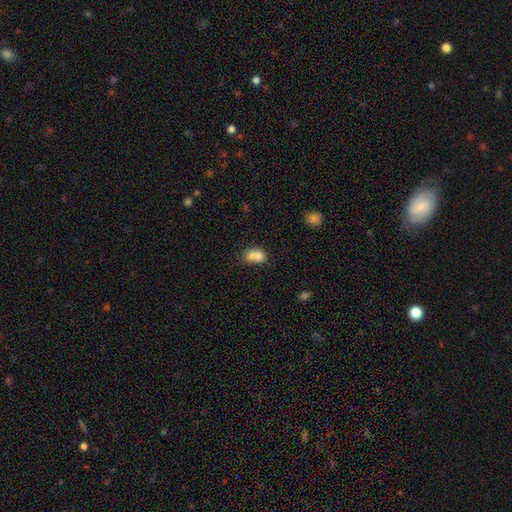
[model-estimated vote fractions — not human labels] smooth-or-featured: smooth: 72% | featured or disk: 18% | star or artifact: 10%
  how-rounded: in between: 53% | round: 45% | cigar-shaped: 1%
  merging: merger: 66% | none: 23% | minor disturbance: 8% | major disturbance: 3%